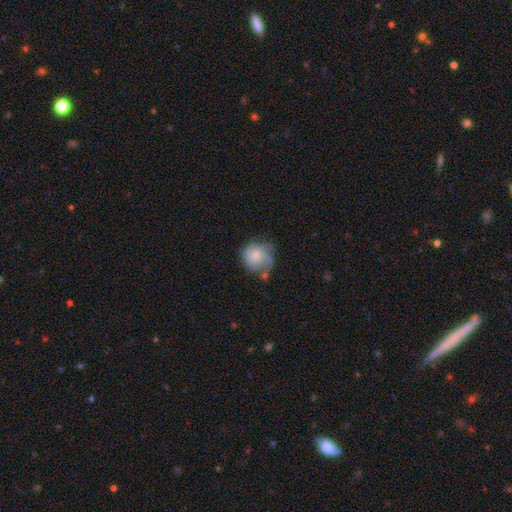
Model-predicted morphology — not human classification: type=smooth (48%); merging=none (48%).